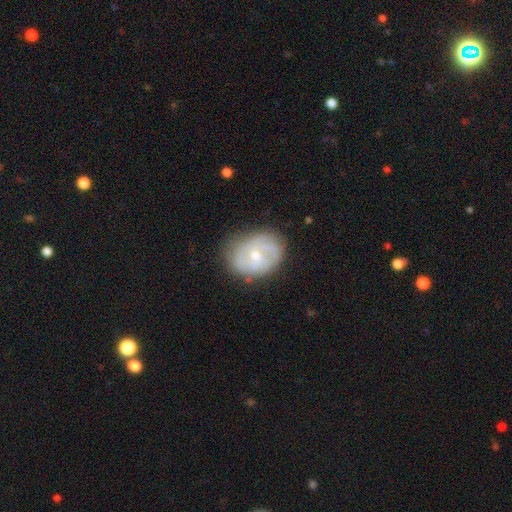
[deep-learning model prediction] A featured or disk galaxy (64%) with no bar (66%), spiral arms (75%) and a small central bulge (51%).

Vote fractions:
- Smooth or featured? featured or disk: 64% / smooth: 29% / star or artifact: 7%
- Edge-on disk? no: 97% / yes: 3%
- Bar? no: 66% / weak: 29% / strong: 5%
- Spiral arms? yes: 75% / no: 25%
- Bulge size? small: 51% / moderate: 45% / large: 2% / none: 2% / dominant: 1%
- Merging? none: 69% / minor disturbance: 22% / major disturbance: 8% / merger: 2%